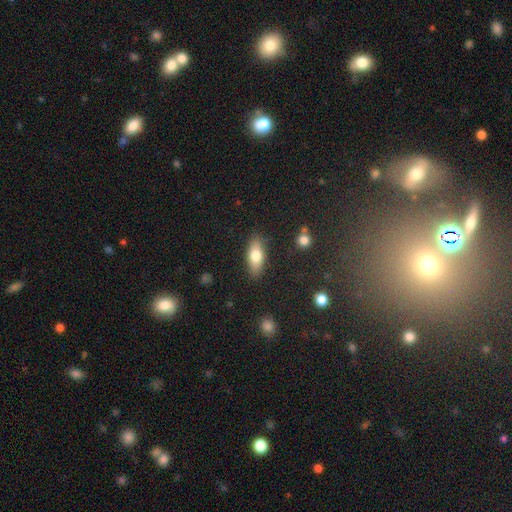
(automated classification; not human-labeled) Smooth or featured? smooth (73%)
How rounded? in between (75%)
Merging? none (85%)